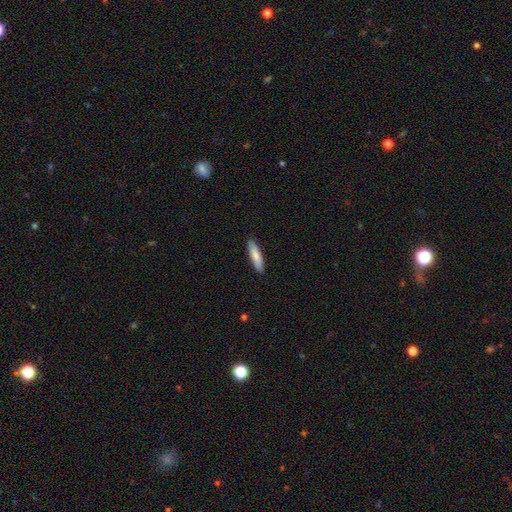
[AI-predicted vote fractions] Smooth or featured? Predicted: smooth (p=0.83). How rounded? Predicted: cigar-shaped (p=0.71). Merging? Predicted: none (p=0.90).